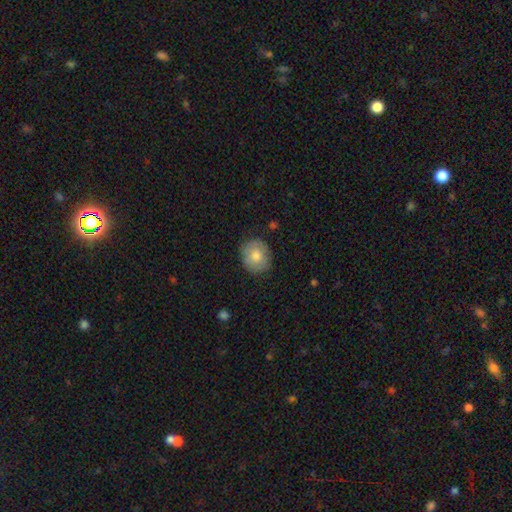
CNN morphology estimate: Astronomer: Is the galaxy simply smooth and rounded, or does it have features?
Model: smooth — 76%.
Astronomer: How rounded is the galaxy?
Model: round — 73%.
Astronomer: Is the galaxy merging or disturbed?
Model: none — 84%.